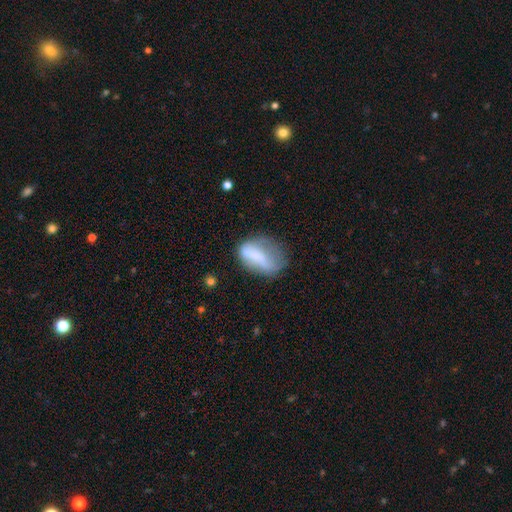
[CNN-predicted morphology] smooth-or-featured: smooth: 61% | featured or disk: 29% | star or artifact: 9%
  how-rounded: in between: 81% | round: 13% | cigar-shaped: 6%
  merging: none: 35% | minor disturbance: 31% | major disturbance: 28% | merger: 7%